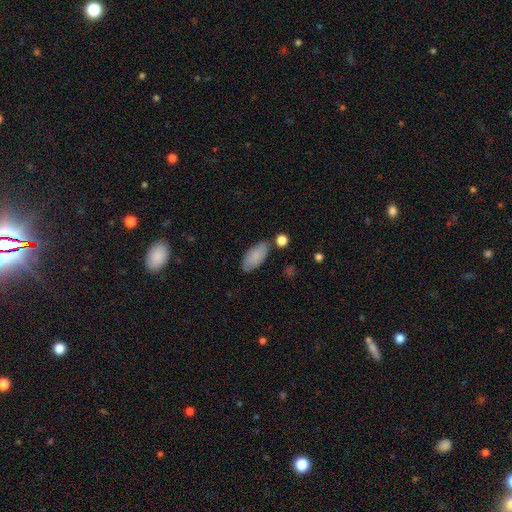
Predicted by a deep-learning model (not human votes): A smooth galaxy with no disk features (84%) that is in between round and cigar-shaped (90%). Merging: none (75%).